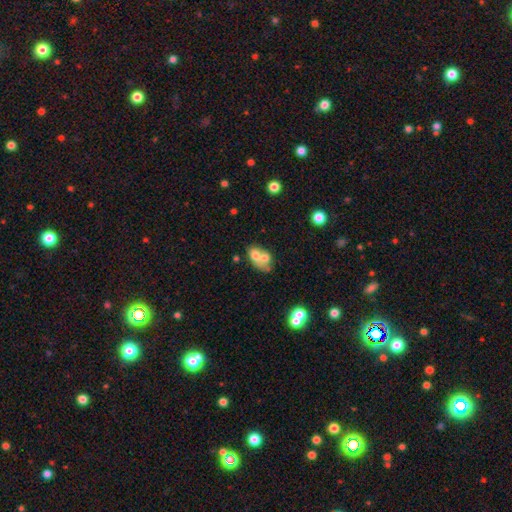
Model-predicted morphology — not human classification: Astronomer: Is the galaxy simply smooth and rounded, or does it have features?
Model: smooth — 60%.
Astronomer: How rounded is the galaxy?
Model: in between — 66%.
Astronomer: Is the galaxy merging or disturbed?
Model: merger — 63%.